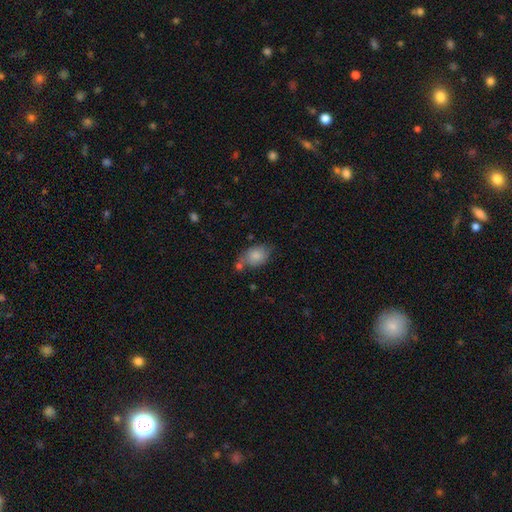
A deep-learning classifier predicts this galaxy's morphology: The model was most divided on "merging": none: 52%, minor disturbance: 25%, merger: 16%, major disturbance: 7%. More confident: how rounded — in between (82%); smooth or featured — smooth (80%).